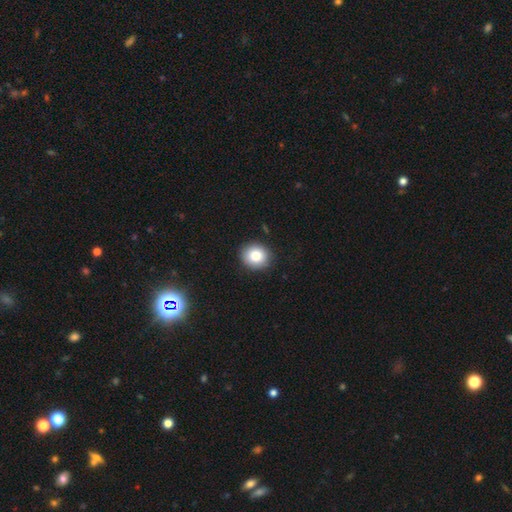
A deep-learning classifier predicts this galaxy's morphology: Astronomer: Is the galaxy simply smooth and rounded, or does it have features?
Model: smooth — 82%.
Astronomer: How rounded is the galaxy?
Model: round — 80%.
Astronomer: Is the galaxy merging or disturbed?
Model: none — 89%.